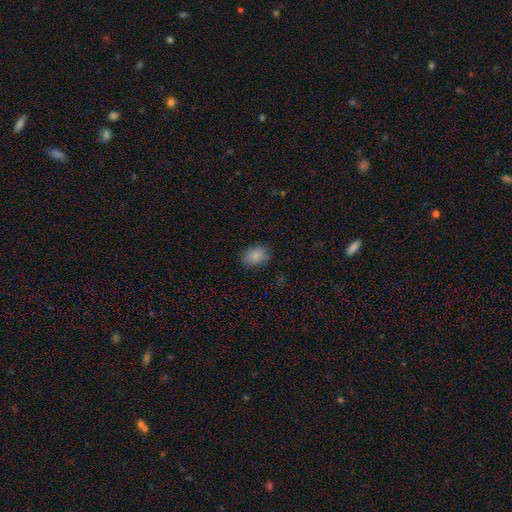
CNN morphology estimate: Q: Smooth or featured?
A: smooth (87%); runner-up: star or artifact (9%)
Q: How rounded?
A: in between (75%); runner-up: round (23%)
Q: Merging?
A: none (82%); runner-up: minor disturbance (14%)